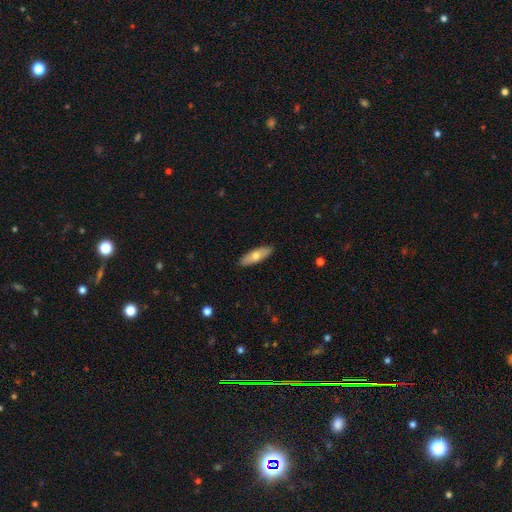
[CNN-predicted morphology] smooth_or_featured: smooth (p=0.67) [alt: featured or disk p=0.27]
how_rounded: in between (p=0.52) [alt: cigar-shaped p=0.45]
merging: none (p=0.90) [alt: minor disturbance p=0.08]